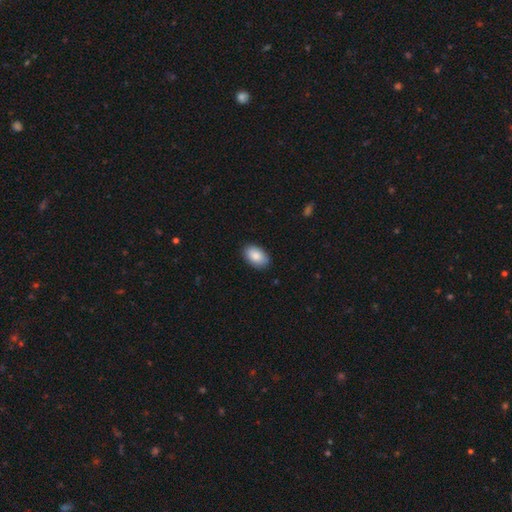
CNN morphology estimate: A smooth galaxy with no disk features (87%) that is in between round and cigar-shaped (92%).

Vote fractions:
- Smooth or featured? smooth: 87% / featured or disk: 6% / star or artifact: 6%
- How rounded? in between: 92% / round: 7% / cigar-shaped: 1%
- Merging? none: 87% / minor disturbance: 10% / major disturbance: 2% / merger: 1%